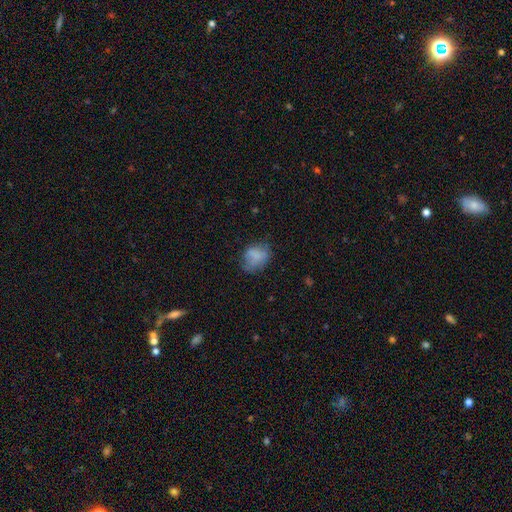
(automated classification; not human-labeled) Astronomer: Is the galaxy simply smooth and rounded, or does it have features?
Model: smooth — 77%.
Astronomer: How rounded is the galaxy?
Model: in between — 59% (runner-up: round, 40%).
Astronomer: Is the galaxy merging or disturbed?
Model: none — 53% (runner-up: minor disturbance, 31%).